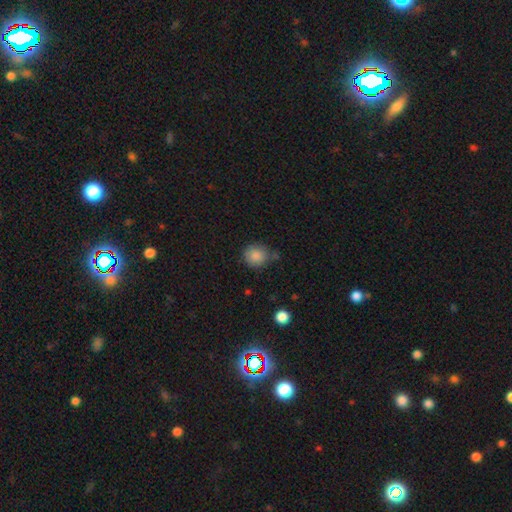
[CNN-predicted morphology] type=smooth (86%); roundness=round (86%); merging=none (70%).